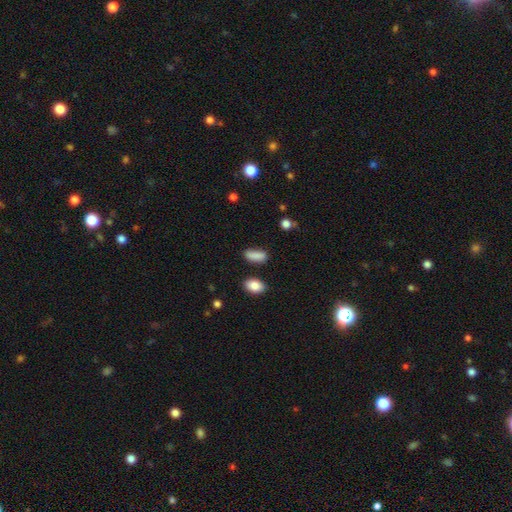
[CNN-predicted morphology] type=smooth (87%); roundness=in between (71%); merging=none (79%).